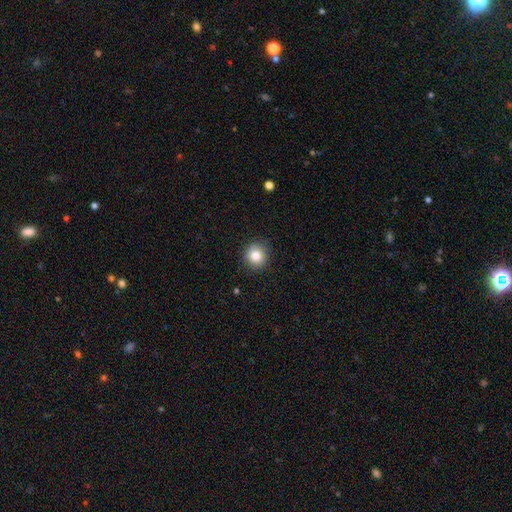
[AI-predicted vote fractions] Smooth or featured: smooth — 82% (star or artifact — 11%)
How rounded: round — 90% (in between — 9%)
Merging: none — 89% (minor disturbance — 8%)